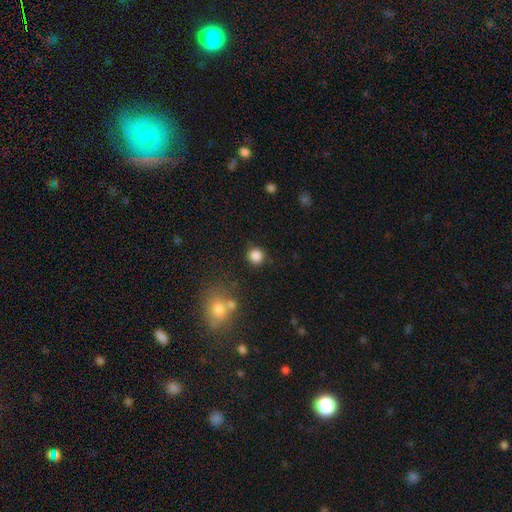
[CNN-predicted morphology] This is clearly a smooth galaxy (86%). How rounded: clearly round (92%). Merging: clearly none (87%).